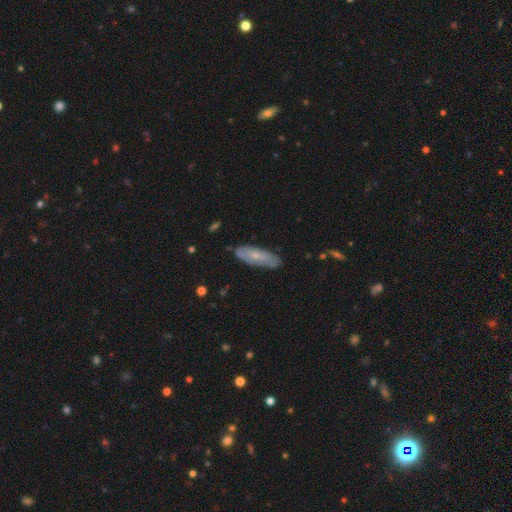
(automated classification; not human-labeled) Overall: featured or disk (49%; smooth 44%). Merging: none (80%).